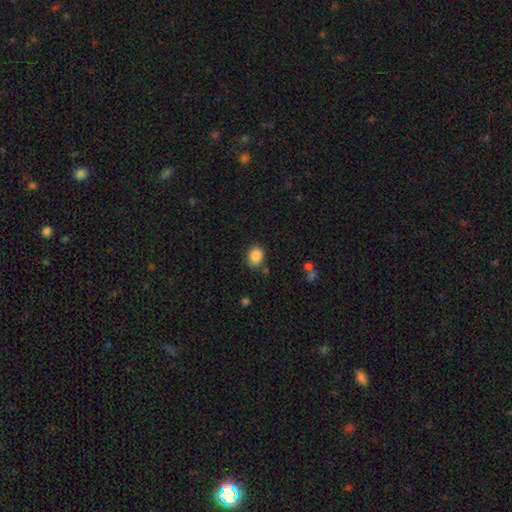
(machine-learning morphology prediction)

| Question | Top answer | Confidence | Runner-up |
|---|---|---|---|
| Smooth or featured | smooth | 87% | star or artifact (9%) |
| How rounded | round | 56% | in between (43%) |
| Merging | none | 82% | minor disturbance (12%) |